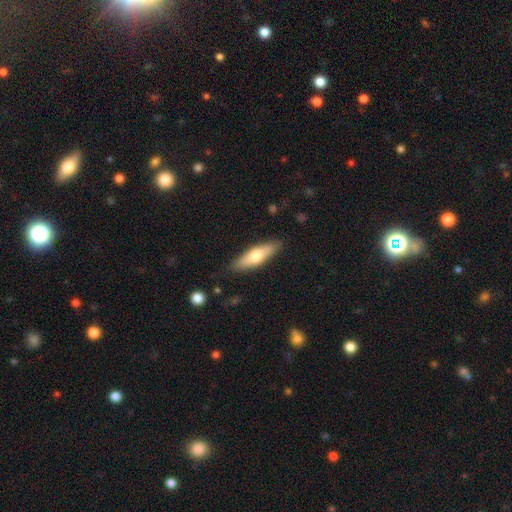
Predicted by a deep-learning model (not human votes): Overall: smooth (60%; featured or disk 34%). How rounded: cigar-shaped (63%; in between 35%). Merging: none (86%).